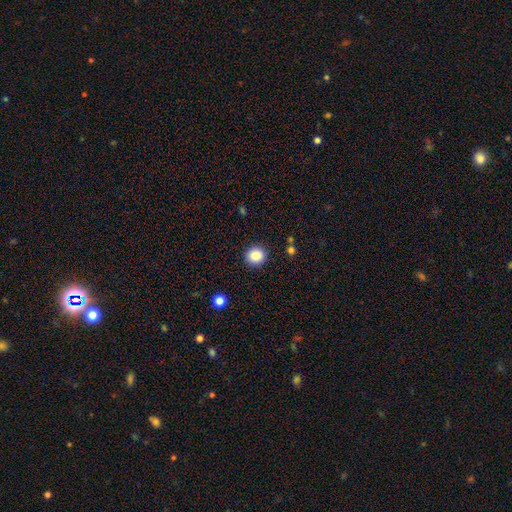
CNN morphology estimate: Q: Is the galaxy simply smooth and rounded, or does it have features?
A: smooth — 87%.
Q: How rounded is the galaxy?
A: round — 88%.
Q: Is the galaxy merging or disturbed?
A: none — 90%.